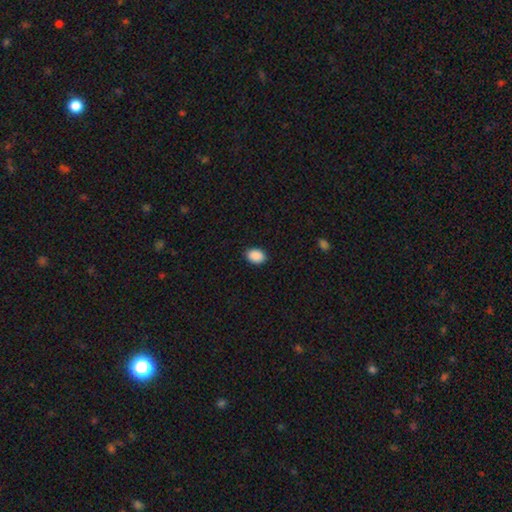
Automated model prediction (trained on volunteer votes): A smooth galaxy with no disk features (90%) that is in between round and cigar-shaped (77%). Merging: none (90%).